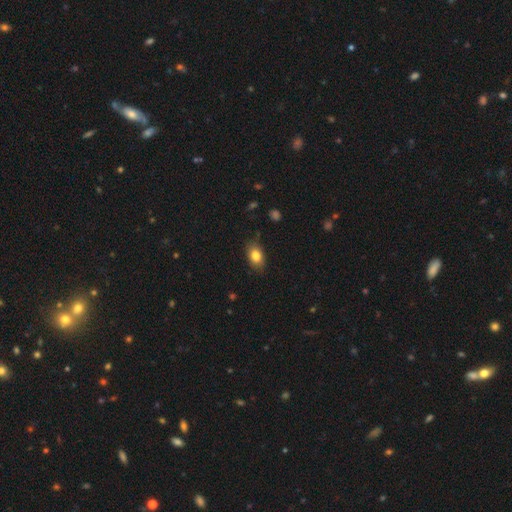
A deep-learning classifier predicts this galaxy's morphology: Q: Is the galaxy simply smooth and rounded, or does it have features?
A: smooth — 82%.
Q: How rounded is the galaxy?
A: in between — 83%.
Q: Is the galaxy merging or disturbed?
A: none — 82%.